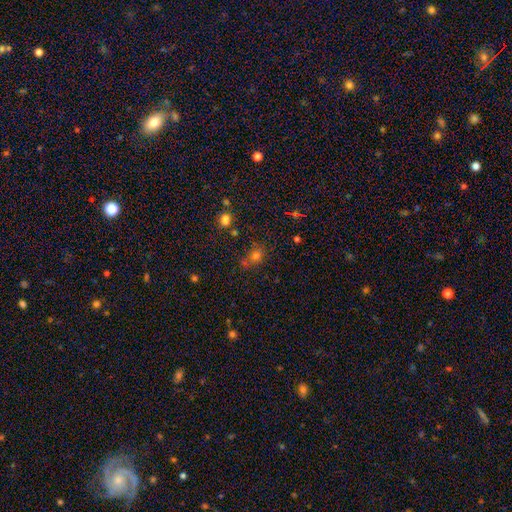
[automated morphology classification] smooth 65%, star or artifact 26%, featured or disk 9%. Down the decision tree: how rounded — round (61%); merging — none (63%).